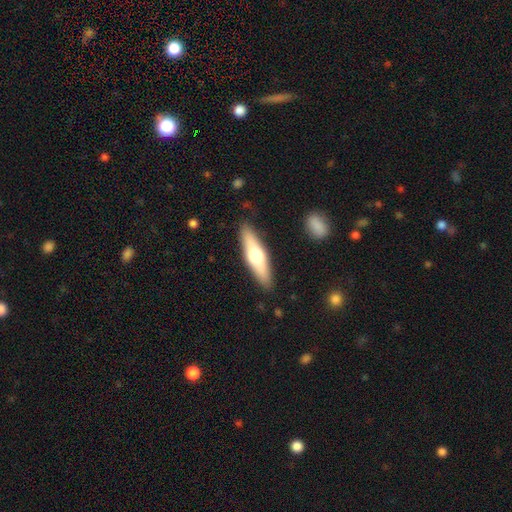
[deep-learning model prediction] This appears to be a smooth galaxy with no disk features (50%) that is cigar-shaped (68%). Merging: none (88%).